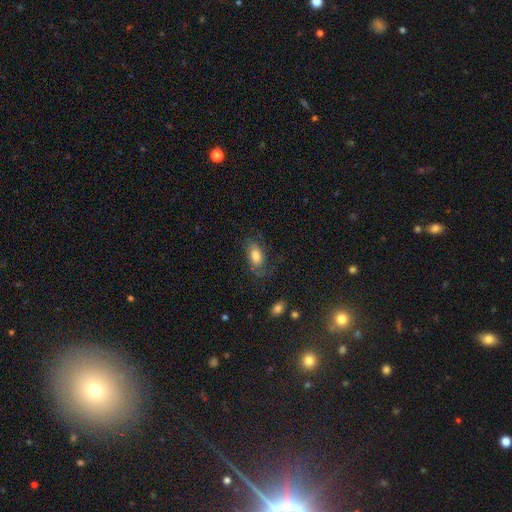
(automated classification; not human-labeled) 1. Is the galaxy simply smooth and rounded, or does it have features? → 62% smooth, 29% featured or disk, 9% star or artifact.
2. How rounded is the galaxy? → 89% in between, 7% round, 4% cigar-shaped.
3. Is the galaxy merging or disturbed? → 60% none, 21% minor disturbance, 17% major disturbance, 2% merger.